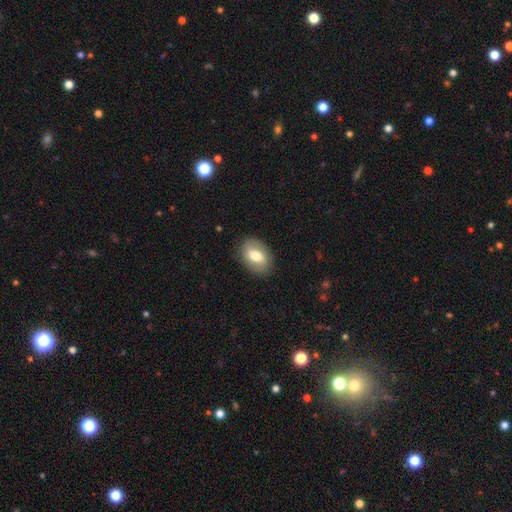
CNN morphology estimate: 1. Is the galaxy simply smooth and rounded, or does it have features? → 66% smooth, 27% featured or disk, 7% star or artifact.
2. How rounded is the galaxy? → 81% in between, 17% round, 1% cigar-shaped.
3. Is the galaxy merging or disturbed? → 84% none, 11% minor disturbance, 3% major disturbance, 1% merger.